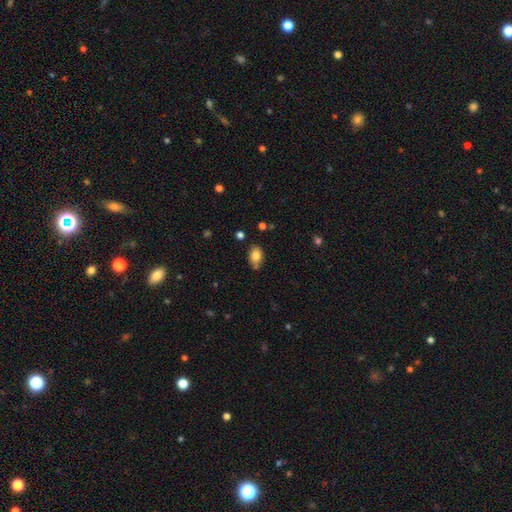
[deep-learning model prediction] A smooth galaxy with no disk features (81%) that is in between round and cigar-shaped (84%). Merging: none (74%).